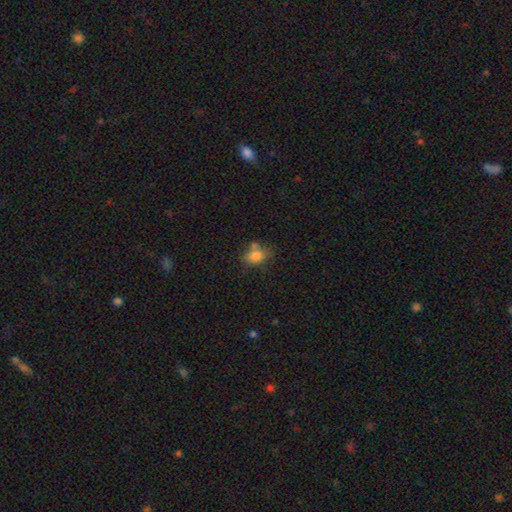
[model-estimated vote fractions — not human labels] Smooth or featured?
  - smooth: 78% *
  - featured or disk: 11%
  - star or artifact: 10%
How rounded?
  - in between: 70% *
  - round: 28%
  - cigar-shaped: 2%
Merging?
  - none: 48% *
  - merger: 23%
  - minor disturbance: 21%
  - major disturbance: 8%